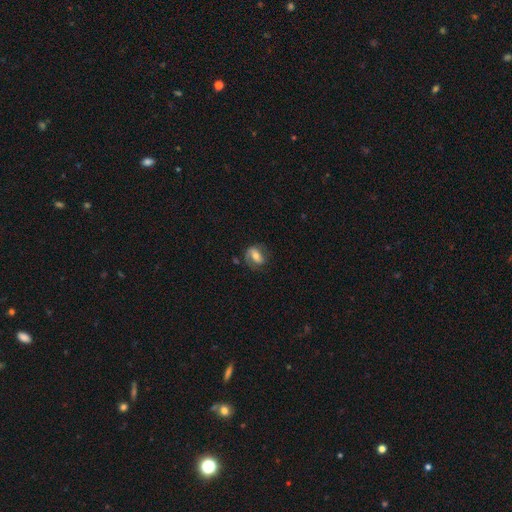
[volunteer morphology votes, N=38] smooth_or_featured: smooth (p=0.63) [alt: featured or disk p=0.32]
how_rounded: in between (p=0.92) [alt: round p=0.08]
merging: none (p=0.53) [alt: minor disturbance p=0.25]